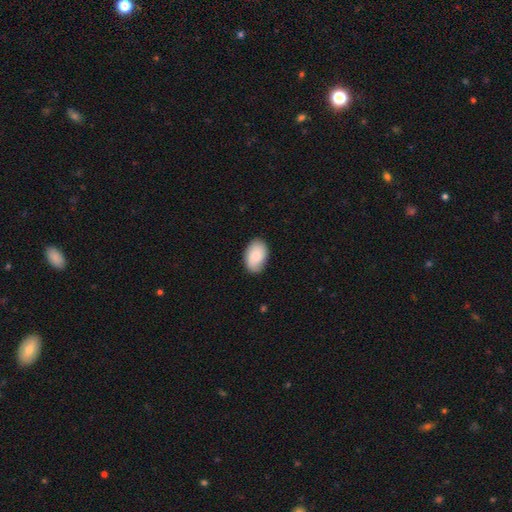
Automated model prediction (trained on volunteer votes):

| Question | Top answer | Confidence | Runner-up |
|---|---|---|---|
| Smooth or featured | smooth | 79% | featured or disk (15%) |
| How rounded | in between | 91% | round (8%) |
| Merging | none | 80% | minor disturbance (16%) |